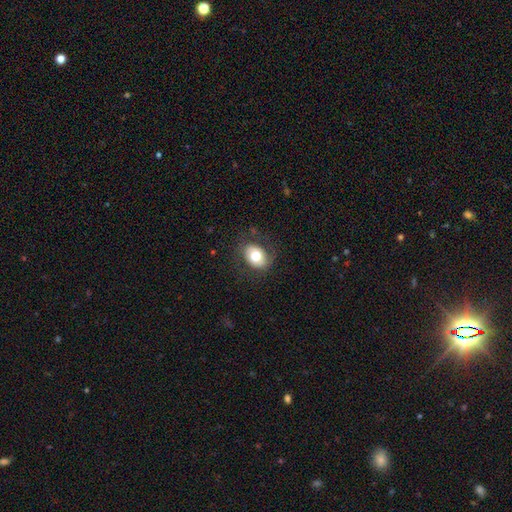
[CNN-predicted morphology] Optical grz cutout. It shows a smooth galaxy with no disk features (67%) that is in between round and cigar-shaped (57%). Merging: none (76%).